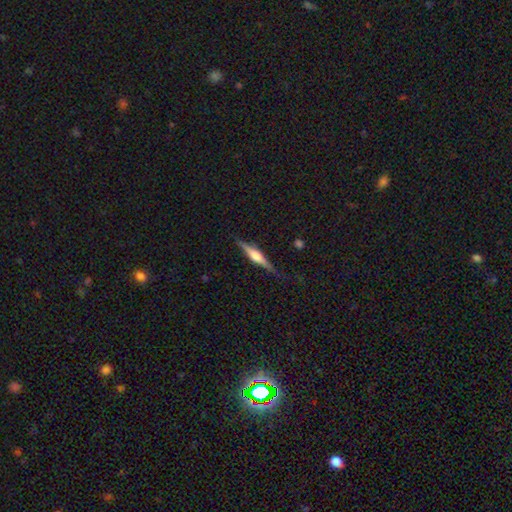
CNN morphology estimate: Q: Smooth or featured?
A: featured or disk (72%); runner-up: smooth (22%)
Q: Edge-on disk?
A: yes (98%); runner-up: no (2%)
Q: Edge-on bulge?
A: rounded (82%); runner-up: boxy (14%)
Q: Merging?
A: none (85%); runner-up: minor disturbance (11%)